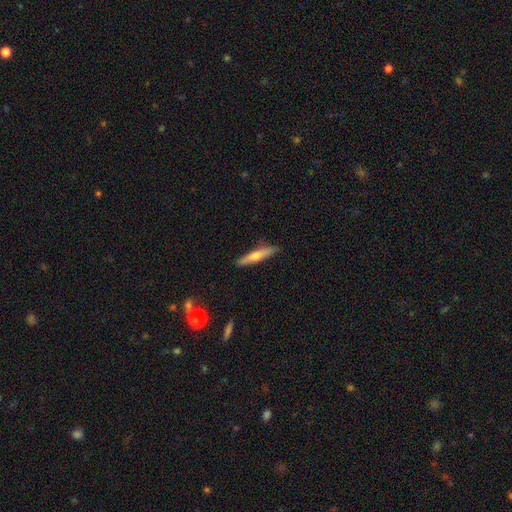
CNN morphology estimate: The model was most divided on "smooth or featured": smooth: 49%, featured or disk: 44%, star or artifact: 6%. More confident: merging — none (89%).